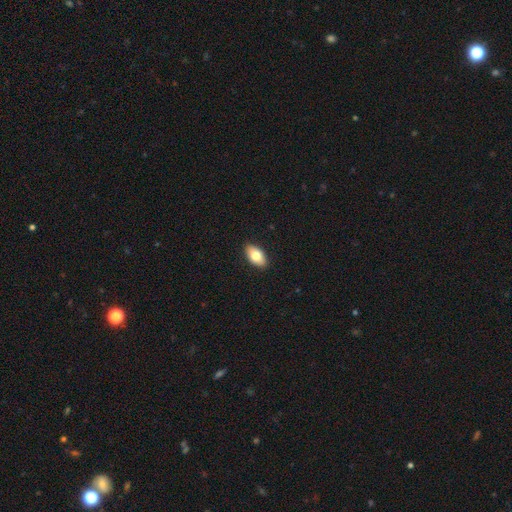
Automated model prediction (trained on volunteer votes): This appears to be a smooth galaxy with no disk features (78%) that is in between round and cigar-shaped (93%). Merging: none (90%).